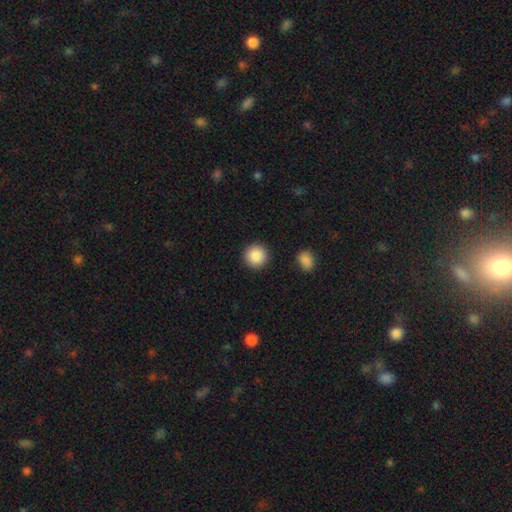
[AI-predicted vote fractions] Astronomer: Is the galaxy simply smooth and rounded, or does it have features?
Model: smooth — 88%.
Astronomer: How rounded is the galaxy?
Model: round — 95%.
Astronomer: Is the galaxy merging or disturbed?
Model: none — 91%.